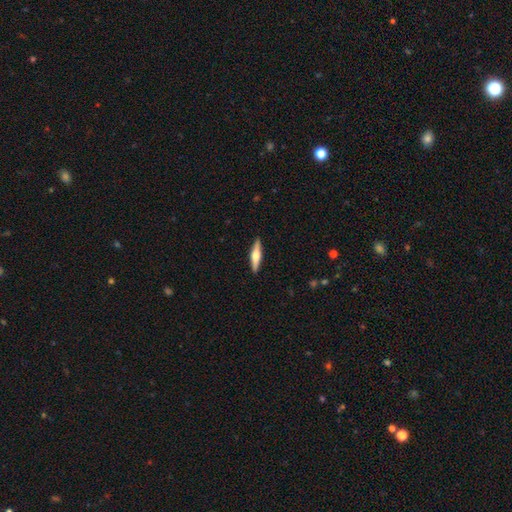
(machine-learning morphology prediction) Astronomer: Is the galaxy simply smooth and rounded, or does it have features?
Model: featured or disk — 55% (runner-up: smooth, 40%).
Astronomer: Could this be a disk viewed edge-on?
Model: yes — 96%.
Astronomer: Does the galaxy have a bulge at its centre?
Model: rounded — 90%.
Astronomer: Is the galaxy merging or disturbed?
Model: none — 90%.